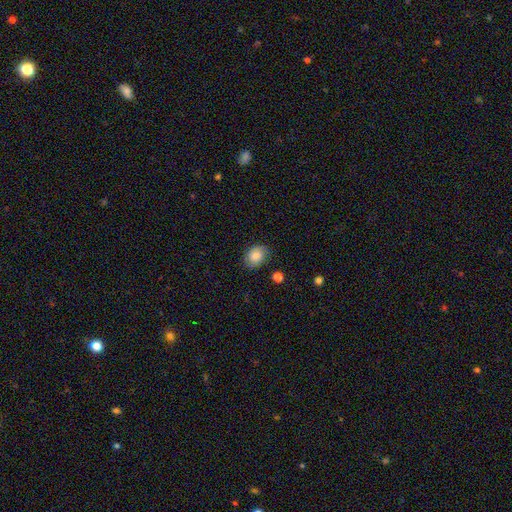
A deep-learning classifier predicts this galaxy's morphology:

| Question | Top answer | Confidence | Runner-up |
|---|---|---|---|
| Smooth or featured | smooth | 84% | featured or disk (8%) |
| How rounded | in between | 65% | round (34%) |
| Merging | none | 79% | minor disturbance (16%) |